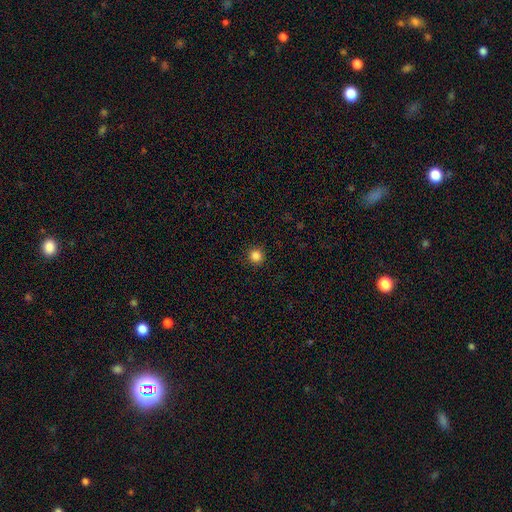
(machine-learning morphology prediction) A smooth galaxy with no disk features (86%) that is round (95%). Merging: none (92%).